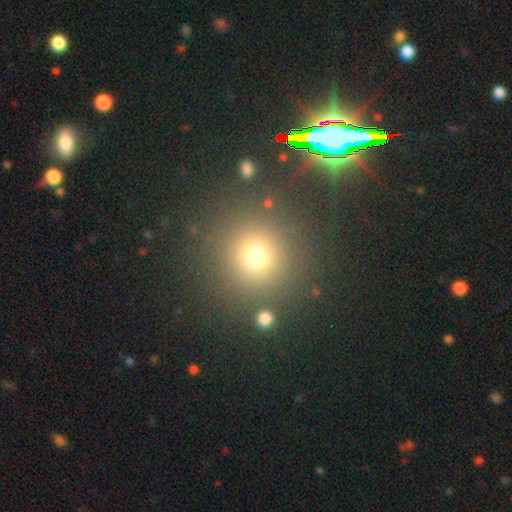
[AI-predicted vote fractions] The model was most divided on "smooth or featured": smooth: 70%, star or artifact: 21%, featured or disk: 9%. More confident: how rounded — round (94%); merging — none (84%).